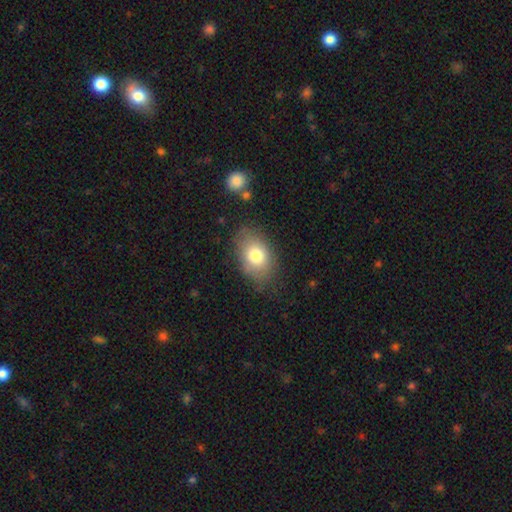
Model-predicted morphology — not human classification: type=smooth (76%); roundness=in between (82%); merging=none (75%).